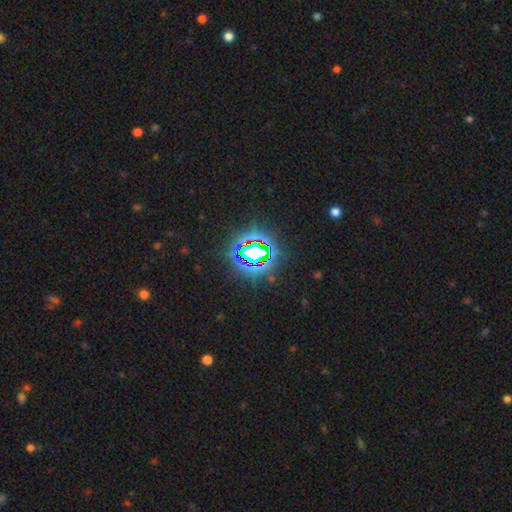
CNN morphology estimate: Q: Smooth or featured?
A: star or artifact (78%); runner-up: smooth (13%)